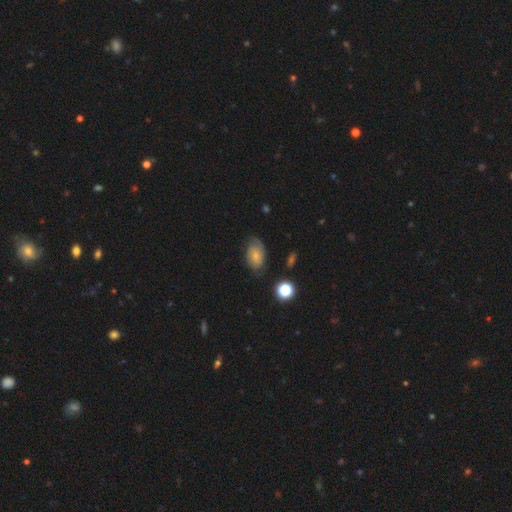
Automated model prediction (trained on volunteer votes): Smooth or featured? Predicted: smooth (p=0.53). How rounded? Predicted: in between (p=0.85). Merging? Predicted: none (p=0.63).